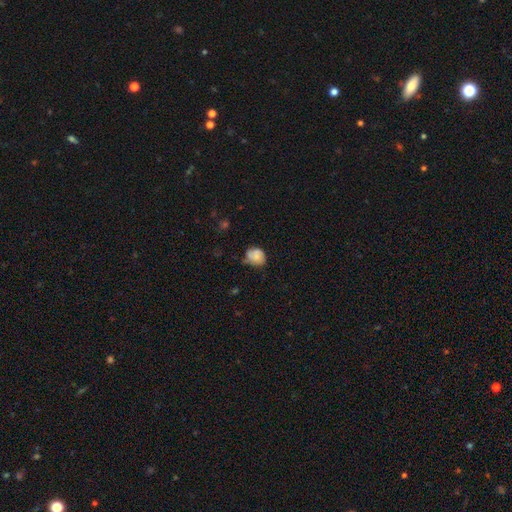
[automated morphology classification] Overall: smooth (67%). How rounded: round (62%; in between 37%). Merging: none (51%; minor disturbance 35%).